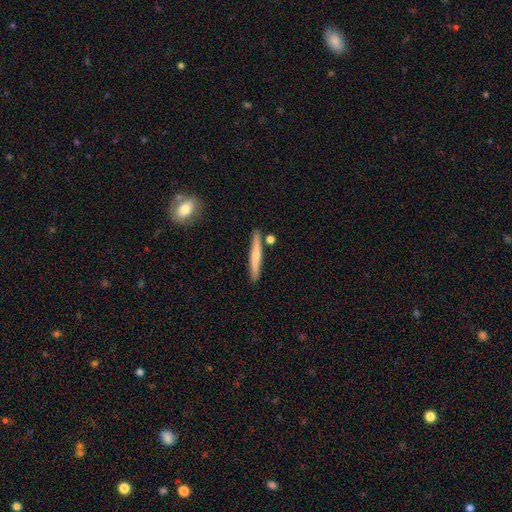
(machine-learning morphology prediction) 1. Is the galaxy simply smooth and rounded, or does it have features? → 59% smooth, 35% featured or disk, 6% star or artifact.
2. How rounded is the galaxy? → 95% cigar-shaped, 4% in between, 2% round.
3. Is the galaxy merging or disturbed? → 84% none, 9% minor disturbance, 5% merger, 2% major disturbance.